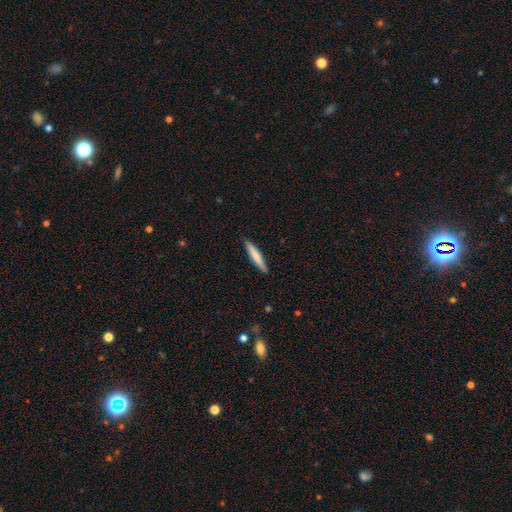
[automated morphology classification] smooth_or_featured: smooth (p=0.72) [alt: featured or disk p=0.23]
how_rounded: cigar-shaped (p=0.93) [alt: in between p=0.05]
merging: none (p=0.90) [alt: minor disturbance p=0.07]